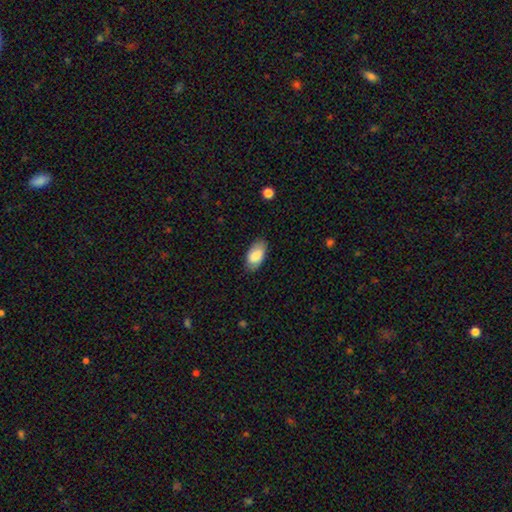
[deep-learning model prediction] smooth 84%, featured or disk 10%, star or artifact 6%. Down the decision tree: how rounded — in between (95%); merging — none (81%).